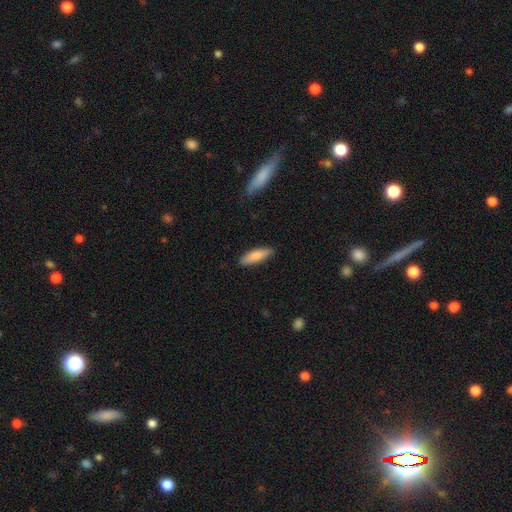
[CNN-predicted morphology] Smooth or featured? Predicted: smooth (p=0.83). How rounded? Predicted: cigar-shaped (p=0.53). Merging? Predicted: none (p=0.86).